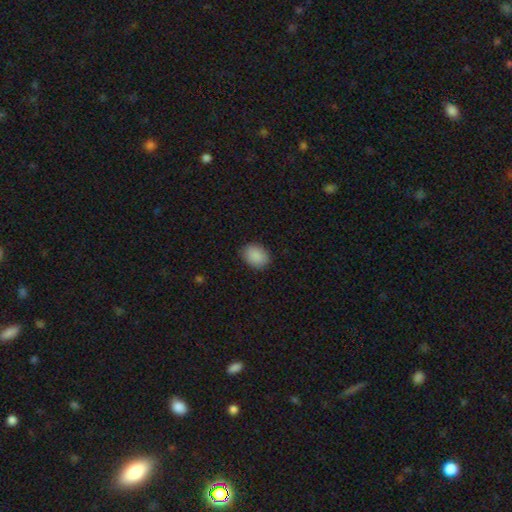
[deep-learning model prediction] A smooth galaxy with no disk features (89%) that is in between round and cigar-shaped (60%).

Vote fractions:
- Smooth or featured? smooth: 89% / star or artifact: 8% / featured or disk: 3%
- How rounded? in between: 60% / round: 39% / cigar-shaped: 1%
- Merging? none: 87% / minor disturbance: 10% / major disturbance: 2% / merger: 1%